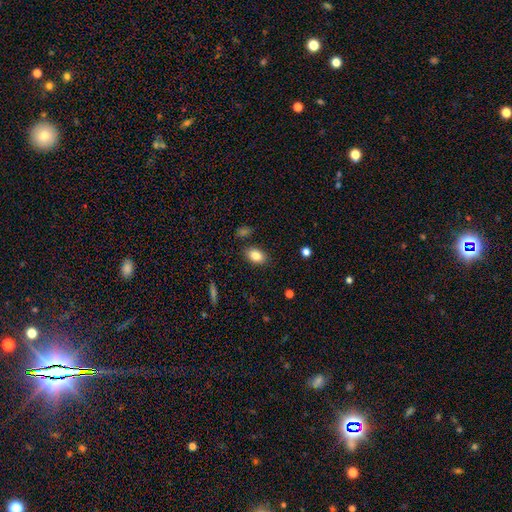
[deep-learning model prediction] A smooth galaxy with no disk features (85%) that is in between round and cigar-shaped (87%).

Vote fractions:
- Smooth or featured? smooth: 85% / star or artifact: 8% / featured or disk: 7%
- How rounded? in between: 87% / round: 11% / cigar-shaped: 2%
- Merging? none: 83% / minor disturbance: 11% / major disturbance: 3% / merger: 2%